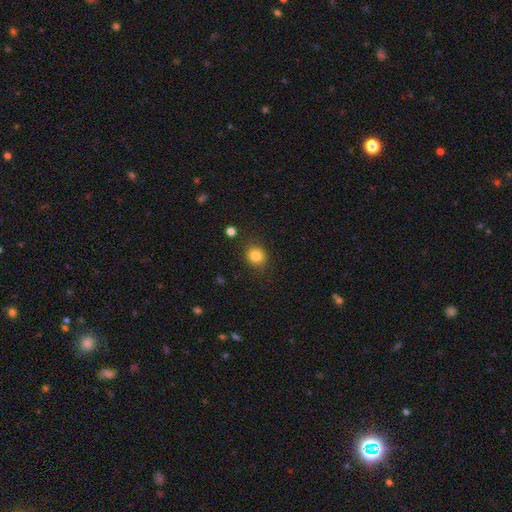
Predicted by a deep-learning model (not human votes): smooth 83%, star or artifact 11%, featured or disk 6%. Down the decision tree: how rounded — round (79%); merging — none (86%).